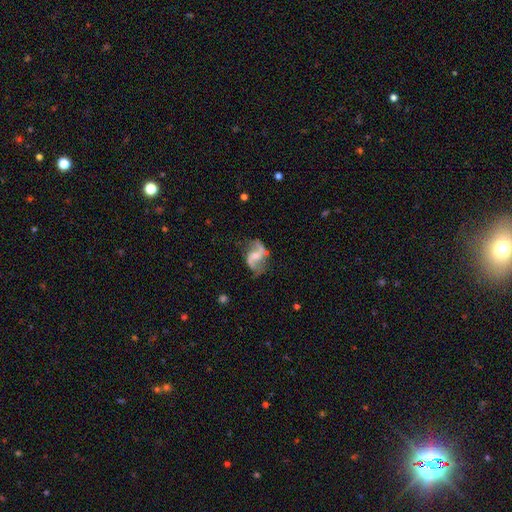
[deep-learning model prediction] Smooth or featured? Predicted: featured or disk (p=0.87). Edge-on disk? Predicted: no (p=0.98). Bar? Predicted: weak (p=0.46). Spiral arms? Predicted: yes (p=0.95). Spiral winding? Predicted: loose (p=0.71). Spiral arm count? Predicted: 2 (p=0.93). Bulge size? Predicted: small (p=0.46). Merging? Predicted: none (p=0.69).